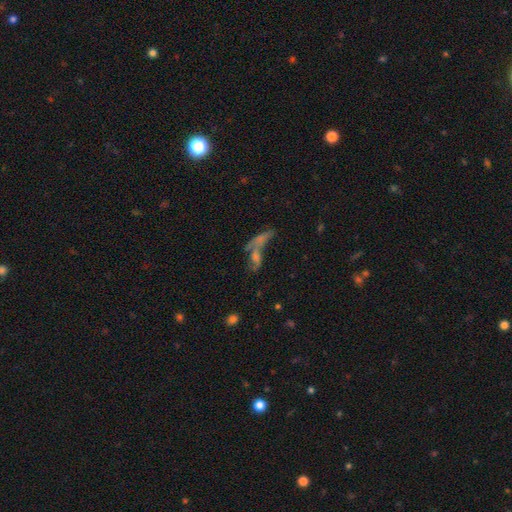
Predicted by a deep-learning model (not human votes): Smooth or featured?
  - smooth: 39% *
  - featured or disk: 37%
  - star or artifact: 23%
Merging?
  - merger: 52% *
  - none: 28%
  - major disturbance: 11%
  - minor disturbance: 9%